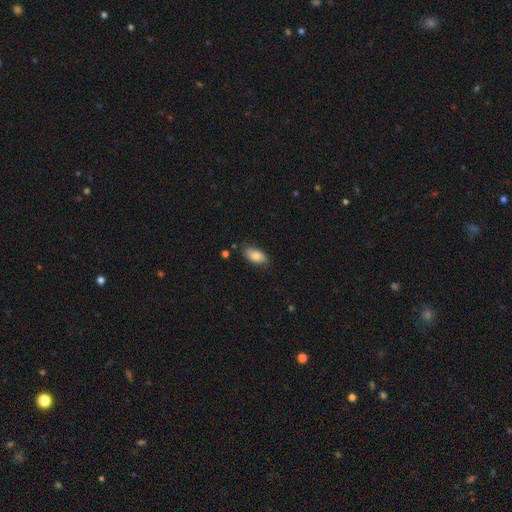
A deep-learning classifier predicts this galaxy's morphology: A smooth galaxy with no disk features (78%) that is in between round and cigar-shaped (92%). Merging: none (80%).